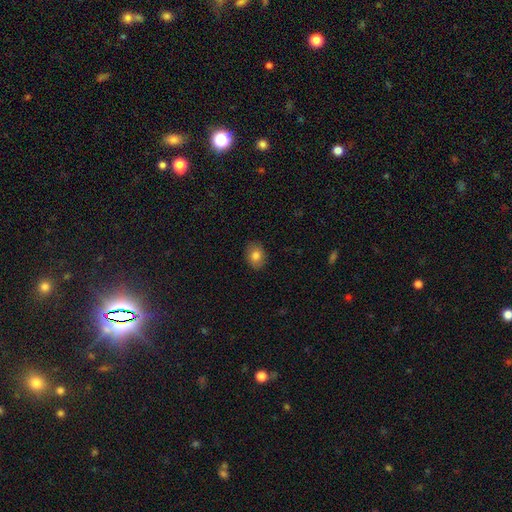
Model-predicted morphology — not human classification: Smooth or featured?
  - smooth: 81% *
  - featured or disk: 10%
  - star or artifact: 9%
How rounded?
  - in between: 59% *
  - round: 40%
  - cigar-shaped: 1%
Merging?
  - none: 88% *
  - minor disturbance: 9%
  - major disturbance: 2%
  - merger: 1%